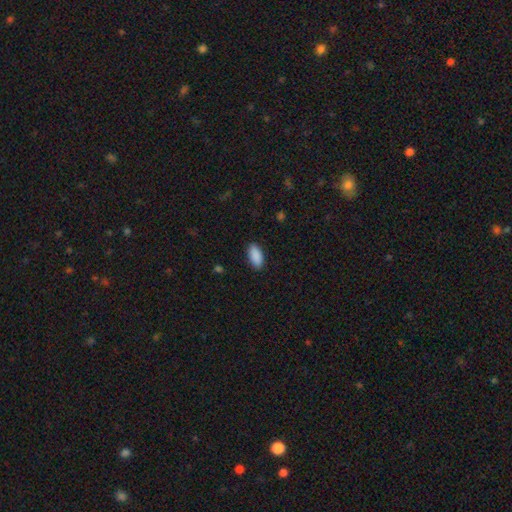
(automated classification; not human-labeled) Overall: smooth (91%). How rounded: in between (91%). Merging: none (89%).